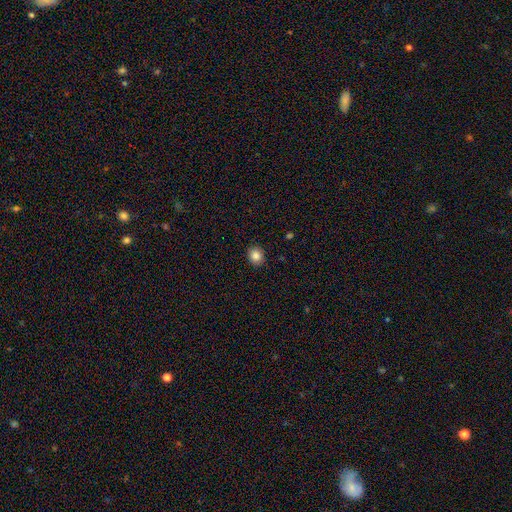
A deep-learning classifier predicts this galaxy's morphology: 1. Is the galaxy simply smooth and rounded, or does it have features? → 85% smooth, 10% star or artifact, 5% featured or disk.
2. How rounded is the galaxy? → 73% round, 26% in between, 1% cigar-shaped.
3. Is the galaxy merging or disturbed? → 91% none, 6% minor disturbance, 2% major disturbance, 1% merger.